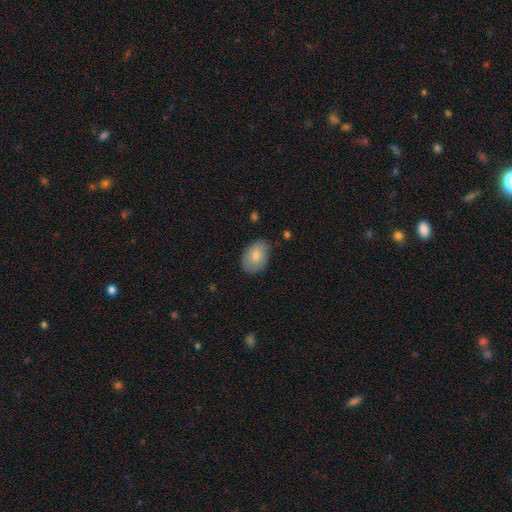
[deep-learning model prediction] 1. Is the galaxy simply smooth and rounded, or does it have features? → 78% smooth, 15% featured or disk, 7% star or artifact.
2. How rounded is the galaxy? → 83% in between, 16% round, 1% cigar-shaped.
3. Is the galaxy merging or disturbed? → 77% none, 19% minor disturbance, 3% major disturbance, 2% merger.